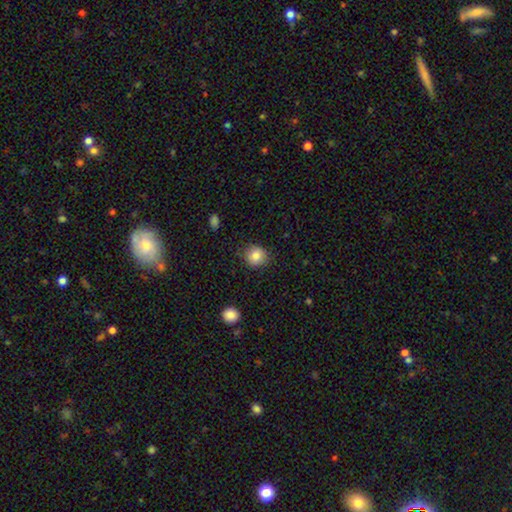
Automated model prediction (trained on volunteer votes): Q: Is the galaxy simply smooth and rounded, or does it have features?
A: smooth — 85%.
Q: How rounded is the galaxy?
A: round — 85%.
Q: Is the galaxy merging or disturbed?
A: none — 84%.